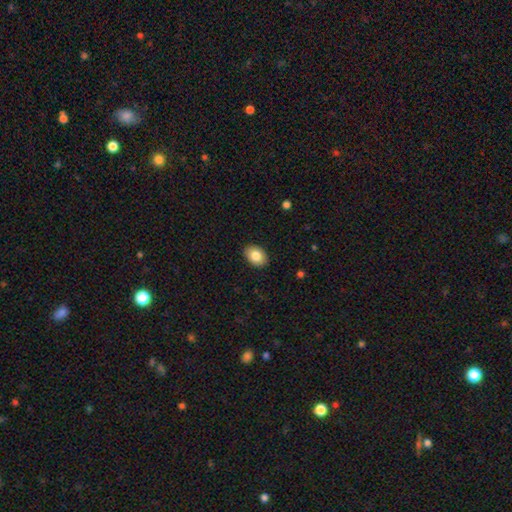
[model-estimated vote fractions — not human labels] Overall: smooth (84%). How rounded: in between (83%). Merging: none (89%).